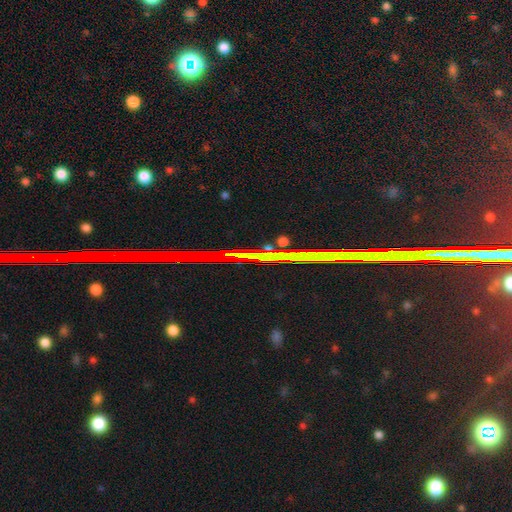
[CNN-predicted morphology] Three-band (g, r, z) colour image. It shows a star or artifact, not a galaxy (80%).